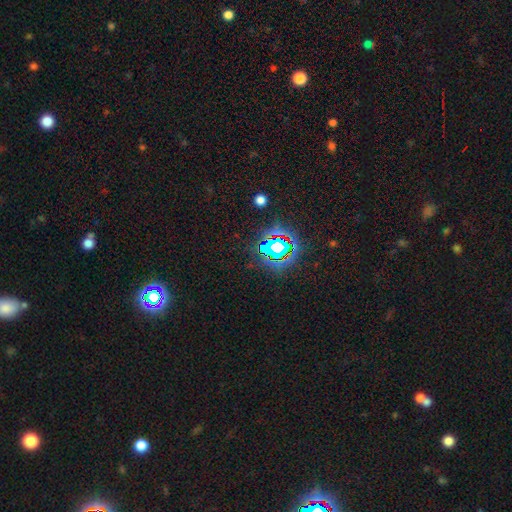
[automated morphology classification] A star or artifact, not a galaxy (82%).